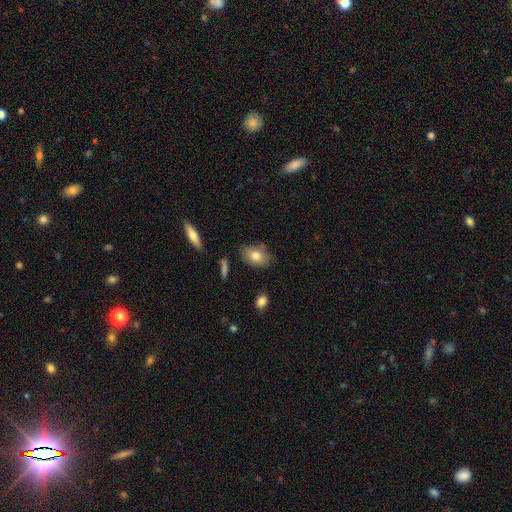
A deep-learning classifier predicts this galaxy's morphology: Overall: smooth (79%). How rounded: in between (82%). Merging: none (77%).